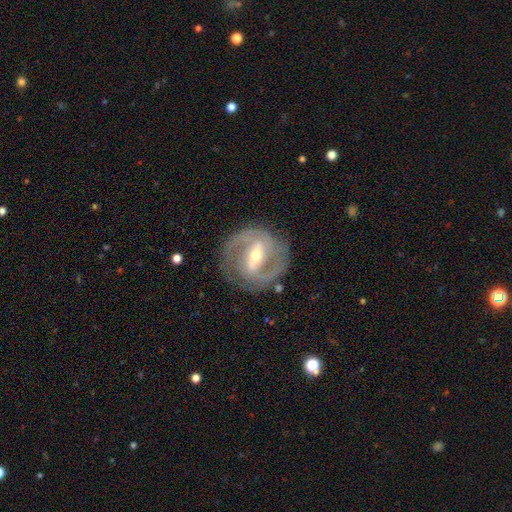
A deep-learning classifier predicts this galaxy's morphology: A featured or disk galaxy (87%) with a strong bar (57%), 2 (87%) medium (51%) spiral arms (92%) and a moderate central bulge (53%). Merging: none (81%).